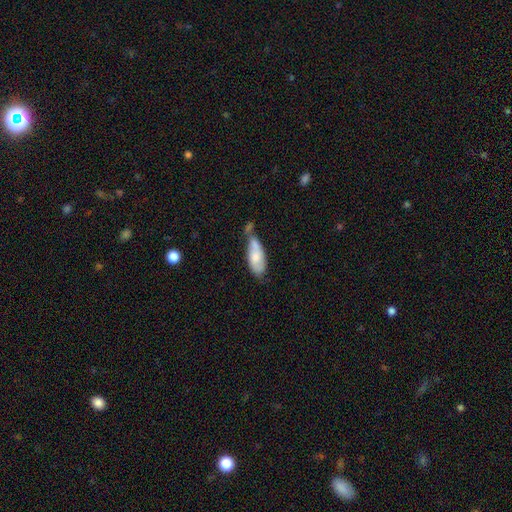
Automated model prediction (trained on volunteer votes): This is likely a smooth galaxy (68%). How rounded: likely in between (78%). Merging: marginally merger (33%).